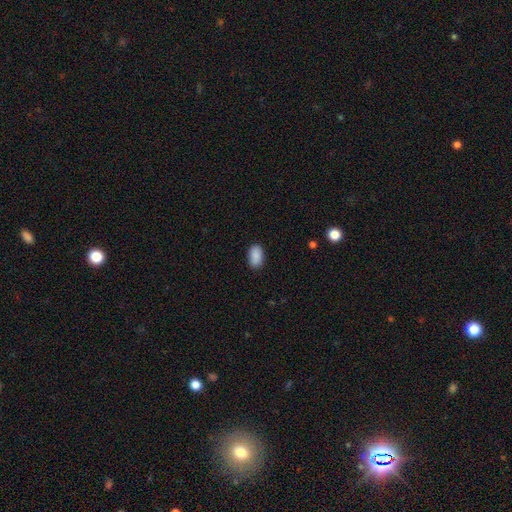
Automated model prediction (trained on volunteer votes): smooth_or_featured: smooth (p=0.90) [alt: star or artifact p=0.07]
how_rounded: in between (p=0.93) [alt: round p=0.06]
merging: none (p=0.87) [alt: minor disturbance p=0.10]